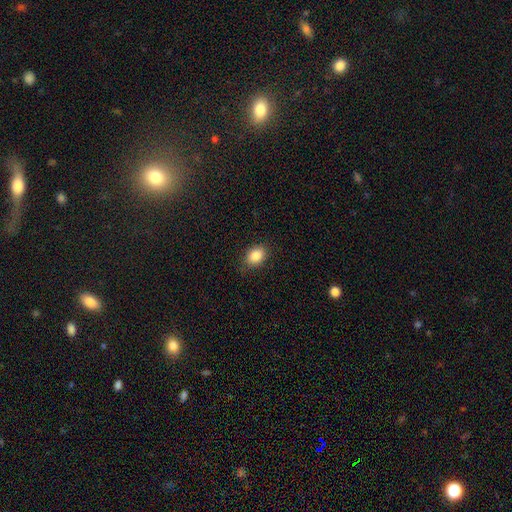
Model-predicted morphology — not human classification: A smooth galaxy with no disk features (86%) that is in between round and cigar-shaped (70%).

Vote fractions:
- Smooth or featured? smooth: 86% / star or artifact: 9% / featured or disk: 5%
- How rounded? in between: 70% / round: 29% / cigar-shaped: 1%
- Merging? none: 83% / minor disturbance: 13% / major disturbance: 3% / merger: 1%